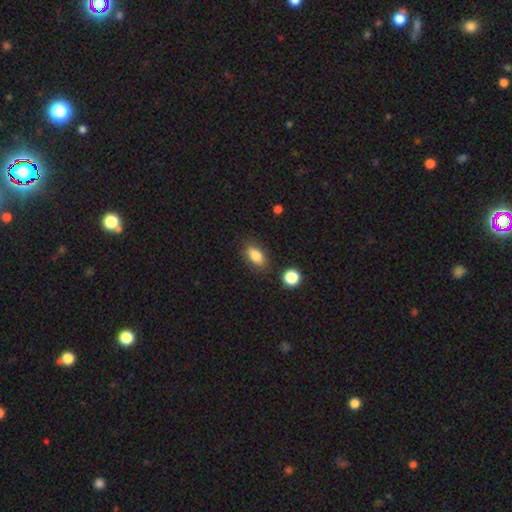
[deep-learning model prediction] A smooth galaxy with no disk features (82%) that is in between round and cigar-shaped (85%).

Vote fractions:
- Smooth or featured? smooth: 82% / featured or disk: 10% / star or artifact: 8%
- How rounded? in between: 85% / cigar-shaped: 7% / round: 7%
- Merging? none: 83% / minor disturbance: 11% / merger: 3% / major disturbance: 3%